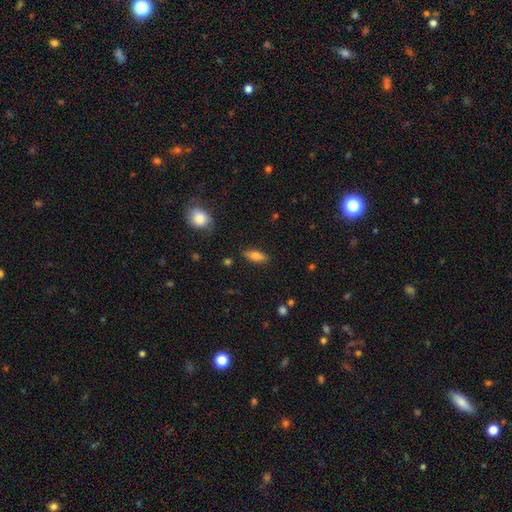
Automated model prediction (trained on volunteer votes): Q: Smooth or featured?
A: smooth (71%); runner-up: featured or disk (21%)
Q: How rounded?
A: in between (66%); runner-up: cigar-shaped (30%)
Q: Merging?
A: none (82%); runner-up: minor disturbance (13%)